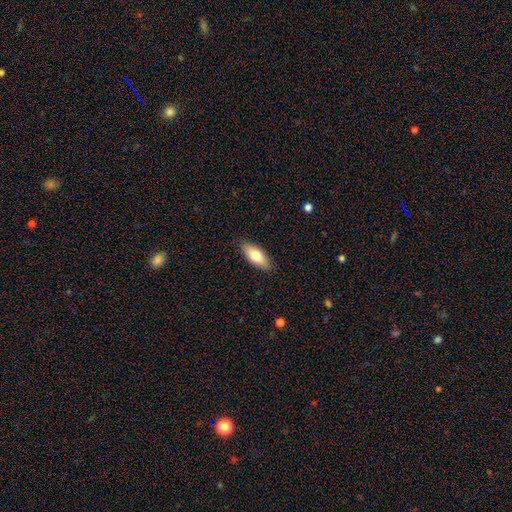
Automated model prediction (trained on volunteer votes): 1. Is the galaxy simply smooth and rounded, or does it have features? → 78% smooth, 16% featured or disk, 6% star or artifact.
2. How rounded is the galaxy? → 81% in between, 16% cigar-shaped, 2% round.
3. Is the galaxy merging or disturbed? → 87% none, 10% minor disturbance, 2% major disturbance, 1% merger.